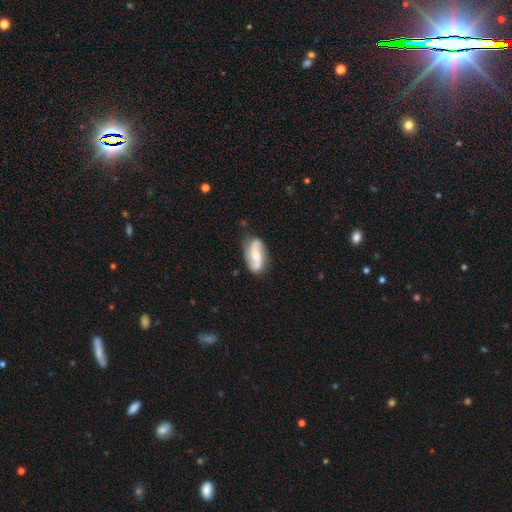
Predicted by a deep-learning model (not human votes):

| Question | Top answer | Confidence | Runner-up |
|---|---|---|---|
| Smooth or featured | featured or disk | 69% | smooth (25%) |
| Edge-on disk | no | 95% | yes (5%) |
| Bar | no | 43% | weak (37%) |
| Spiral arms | yes | 93% | no (7%) |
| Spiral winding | loose | 61% | medium (28%) |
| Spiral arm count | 2 | 91% | can't tell (4%) |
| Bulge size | moderate | 50% | small (32%) |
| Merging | none | 78% | minor disturbance (16%) |